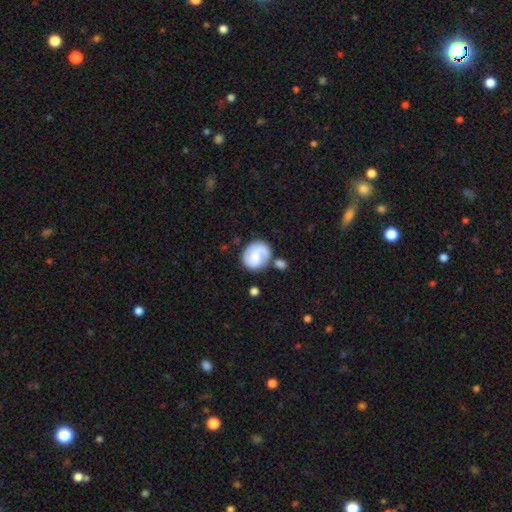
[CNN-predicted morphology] Smooth or featured: featured or disk — 59% (smooth — 35%)
Edge-on disk: no — 98% (yes — 2%)
Bar: no — 55% (weak — 37%)
Spiral arms: yes — 90% (no — 10%)
Spiral winding: tight — 41% (medium — 40%)
Spiral arm count: 2 — 64% (1 — 20%)
Bulge size: none — 37% (small — 29%)
Merging: none — 58% (minor disturbance — 20%)